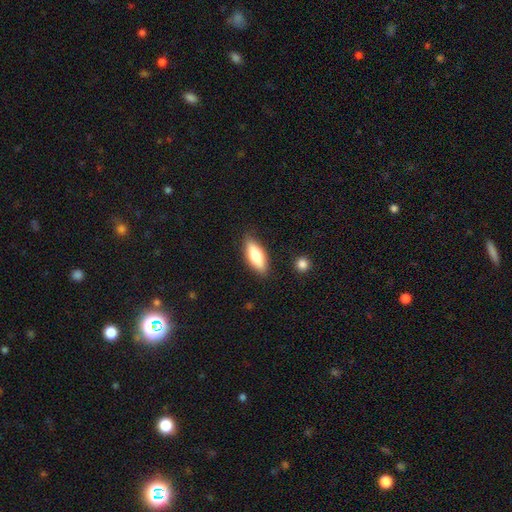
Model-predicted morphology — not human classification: The model was most divided on "how rounded": in between: 64%, cigar-shaped: 34%, round: 2%. More confident: merging — none (84%); smooth or featured — smooth (73%).